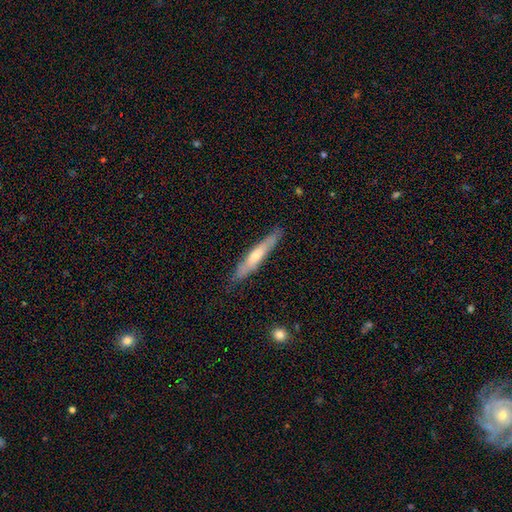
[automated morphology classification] smooth-or-featured: smooth: 49% | featured or disk: 45% | star or artifact: 6%
  merging: none: 83% | minor disturbance: 13% | major disturbance: 2% | merger: 1%